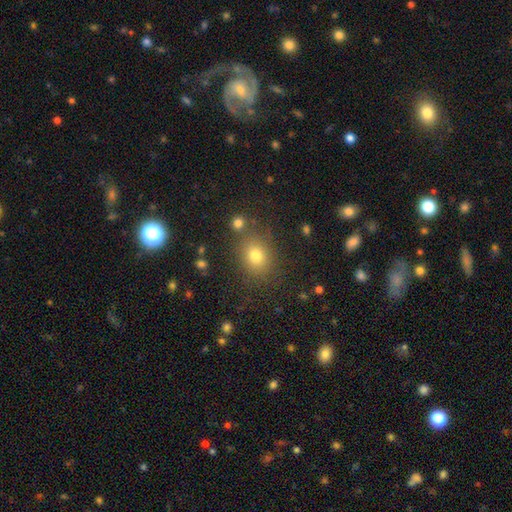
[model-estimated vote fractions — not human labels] Overall: smooth (75%). How rounded: round (59%; in between 40%). Merging: none (79%).